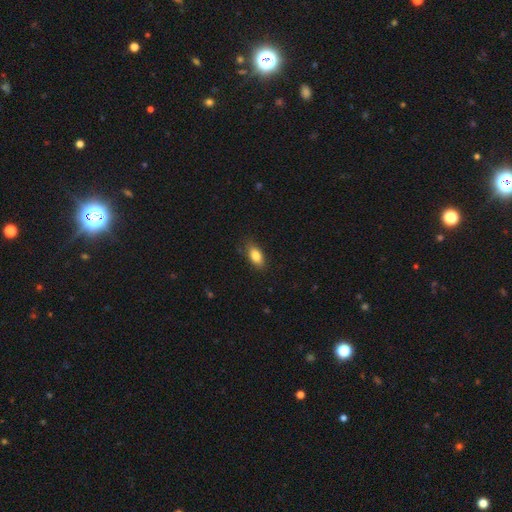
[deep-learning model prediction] This appears to be a smooth galaxy with no disk features (84%) that is in between round and cigar-shaped (86%). Merging: none (81%).